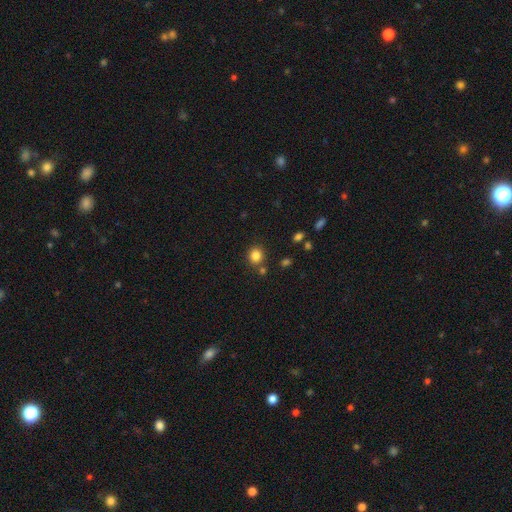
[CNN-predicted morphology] smooth-or-featured: smooth: 83% | star or artifact: 12% | featured or disk: 5%
  how-rounded: round: 85% | in between: 14% | cigar-shaped: 1%
  merging: none: 78% | merger: 10% | minor disturbance: 9% | major disturbance: 3%